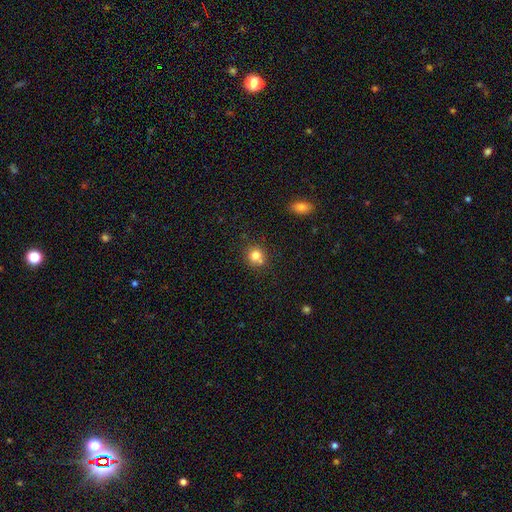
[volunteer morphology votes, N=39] Smooth or featured? 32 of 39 (82%) said smooth. How rounded? 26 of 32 (81%) said round. Merging? 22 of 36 (61%) said none.